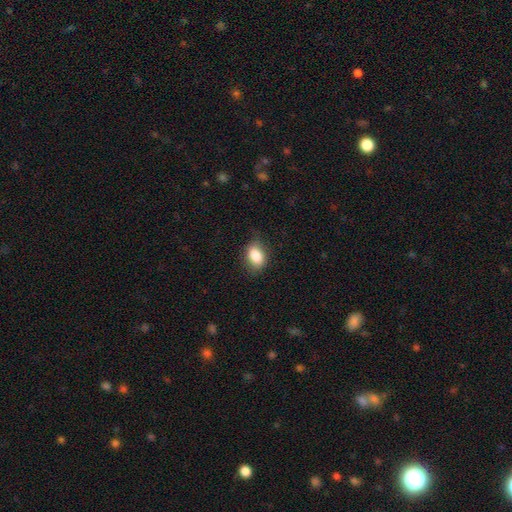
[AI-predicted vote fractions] This appears to be a smooth galaxy with no disk features (85%) that is in between round and cigar-shaped (79%). Merging: none (73%).